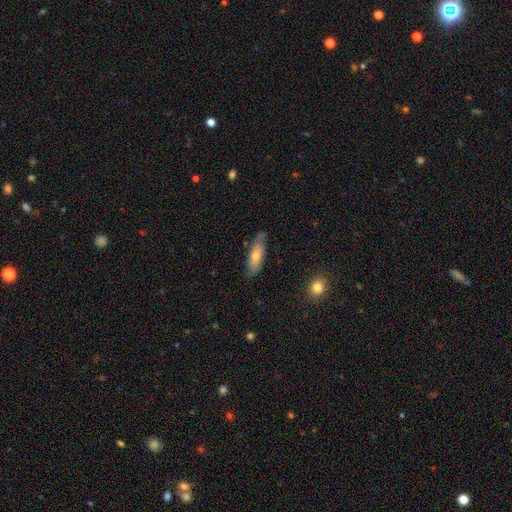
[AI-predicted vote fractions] Smooth or featured: smooth — 58% (featured or disk — 35%)
How rounded: in between — 49% (cigar-shaped — 48%)
Merging: none — 76% (minor disturbance — 19%)